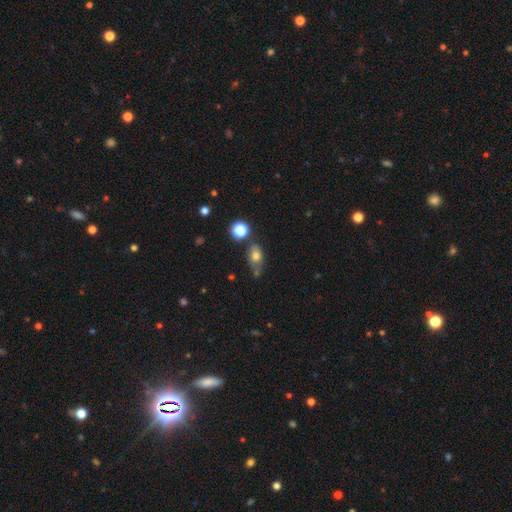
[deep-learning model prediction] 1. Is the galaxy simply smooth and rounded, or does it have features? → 72% smooth, 16% featured or disk, 12% star or artifact.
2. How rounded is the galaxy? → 75% in between, 22% round, 3% cigar-shaped.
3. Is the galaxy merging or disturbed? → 56% none, 24% minor disturbance, 13% merger, 7% major disturbance.